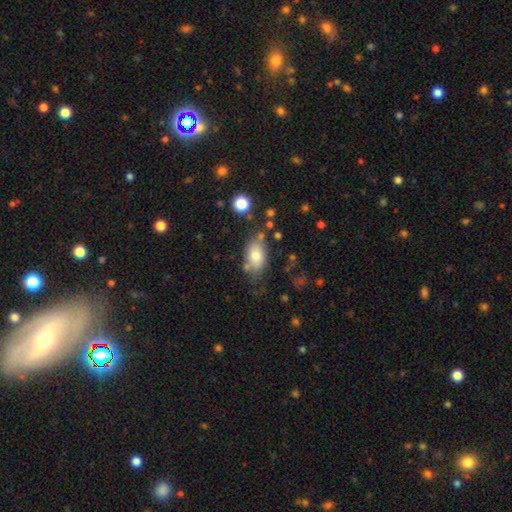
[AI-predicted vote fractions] A smooth galaxy with no disk features (79%) that is in between round and cigar-shaped (88%). Merging: none (61%).